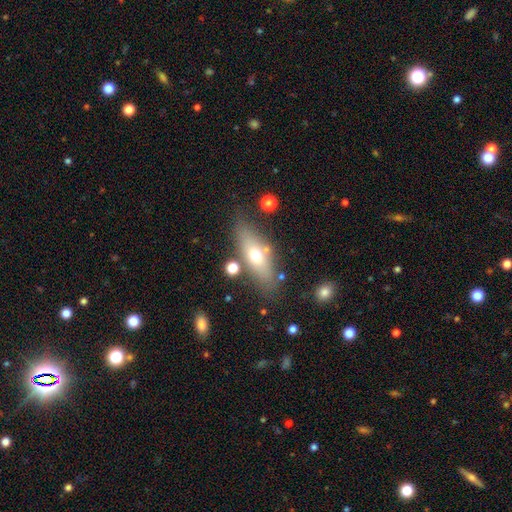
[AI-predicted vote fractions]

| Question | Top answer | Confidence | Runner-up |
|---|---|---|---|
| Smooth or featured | smooth | 56% | featured or disk (35%) |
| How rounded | in between | 60% | cigar-shaped (35%) |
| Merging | none | 72% | minor disturbance (15%) |